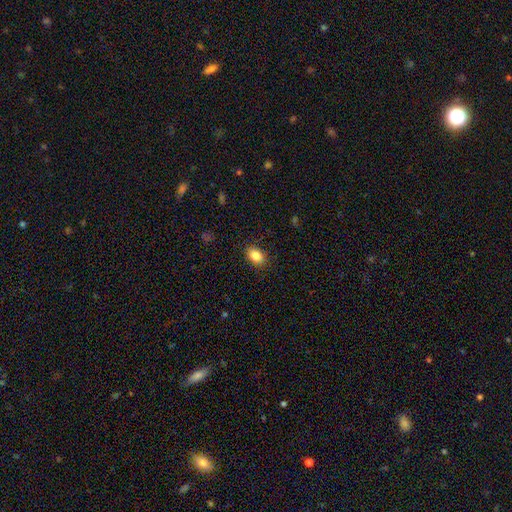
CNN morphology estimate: This appears to be a smooth galaxy with no disk features (86%) that is in between round and cigar-shaped (79%). Merging: none (88%).